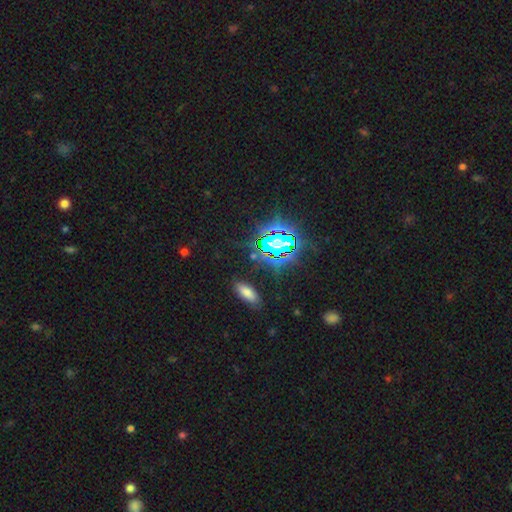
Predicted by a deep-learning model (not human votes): star or artifact 60%, smooth 29%, featured or disk 11%.